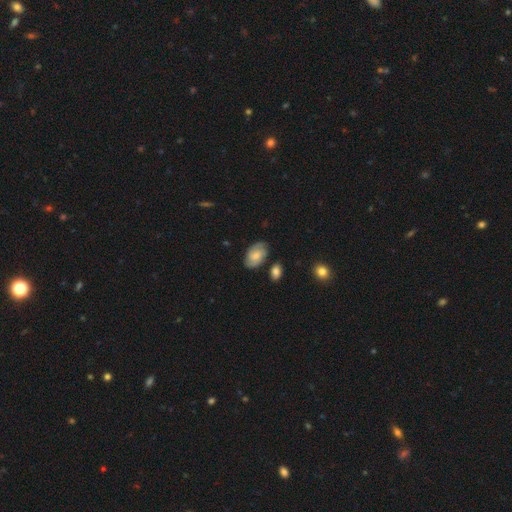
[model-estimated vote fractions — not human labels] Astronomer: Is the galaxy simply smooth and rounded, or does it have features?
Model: smooth — 49% (runner-up: featured or disk, 43%).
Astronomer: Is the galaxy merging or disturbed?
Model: none — 76%.